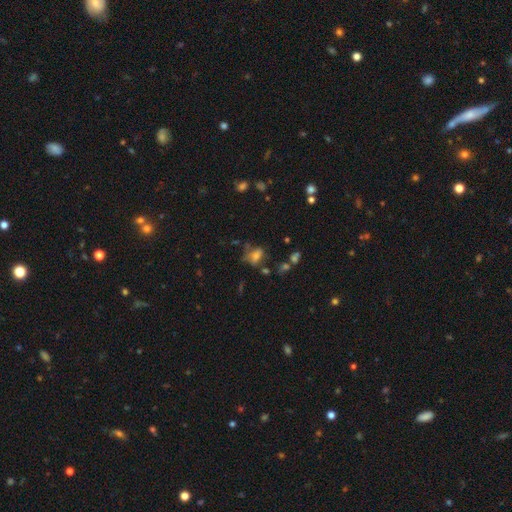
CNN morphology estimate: Smooth or featured? Predicted: smooth (p=0.59). How rounded? Predicted: in between (p=0.75). Merging? Predicted: none (p=0.44).